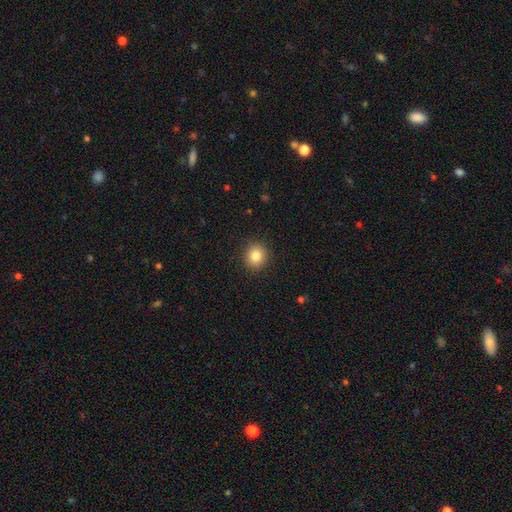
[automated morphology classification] smooth 83%, star or artifact 10%, featured or disk 7%. Down the decision tree: how rounded — round (83%); merging — none (91%).